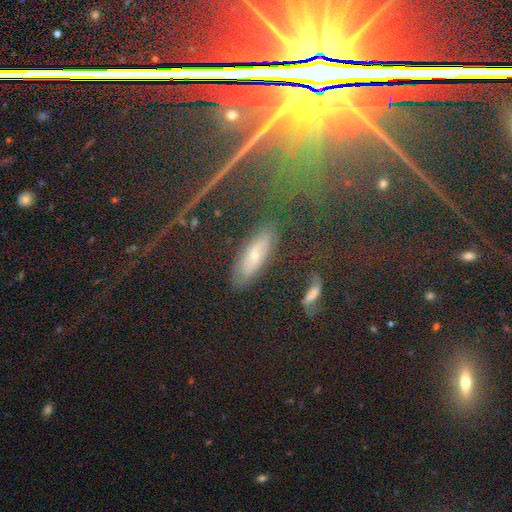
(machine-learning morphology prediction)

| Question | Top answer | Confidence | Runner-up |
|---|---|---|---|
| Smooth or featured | star or artifact | 40% | smooth (35%) |